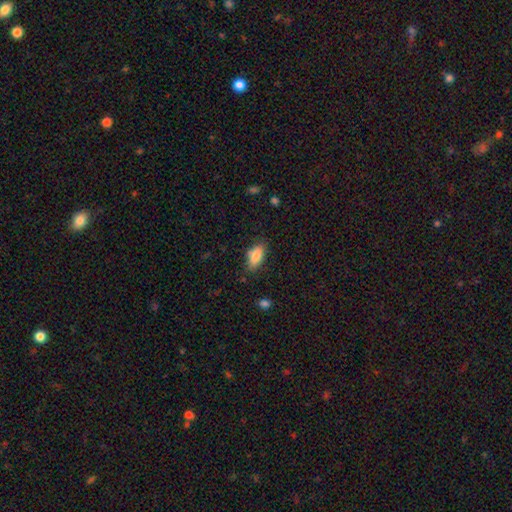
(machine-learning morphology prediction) A smooth galaxy with no disk features (81%) that is in between round and cigar-shaped (85%).

Vote fractions:
- Smooth or featured? smooth: 81% / featured or disk: 11% / star or artifact: 8%
- How rounded? in between: 85% / cigar-shaped: 12% / round: 3%
- Merging? none: 76% / minor disturbance: 18% / major disturbance: 4% / merger: 2%